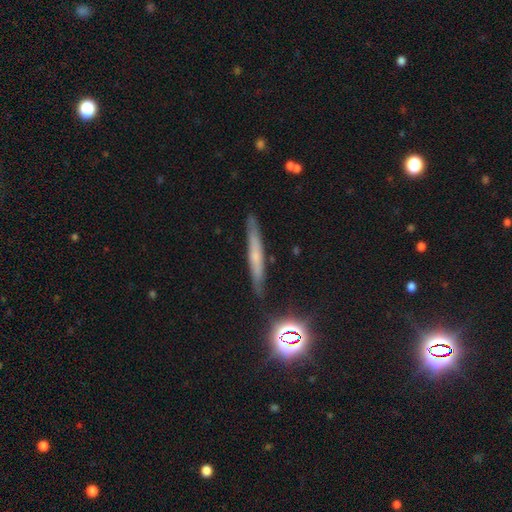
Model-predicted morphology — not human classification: smooth 45%, featured or disk 41%, star or artifact 14%. Down the decision tree: merging — none (86%).